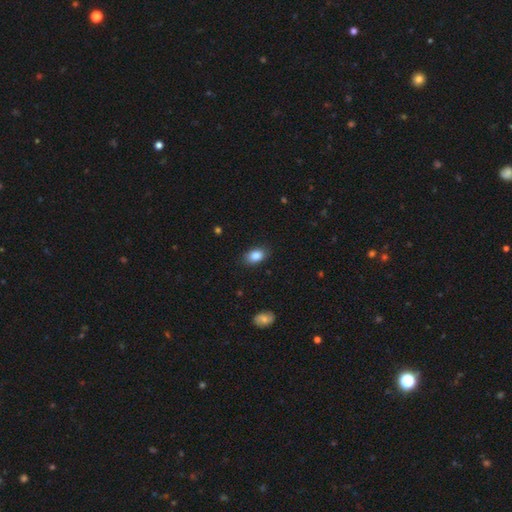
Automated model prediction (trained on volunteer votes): Smooth or featured? smooth (86%)
How rounded? in between (87%)
Merging? none (84%)